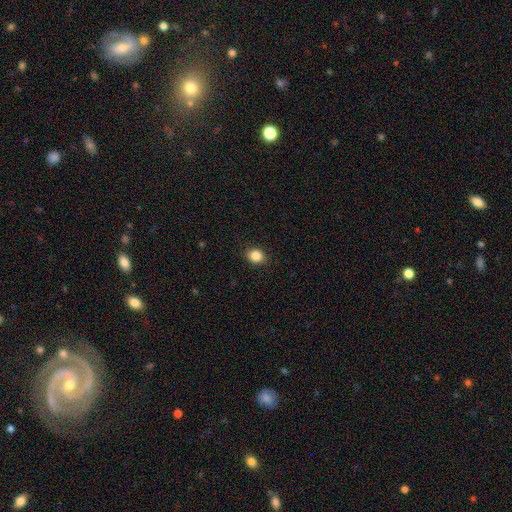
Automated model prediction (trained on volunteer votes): Morphology: type=smooth (86%); roundness=round (58%); merging=none (88%).